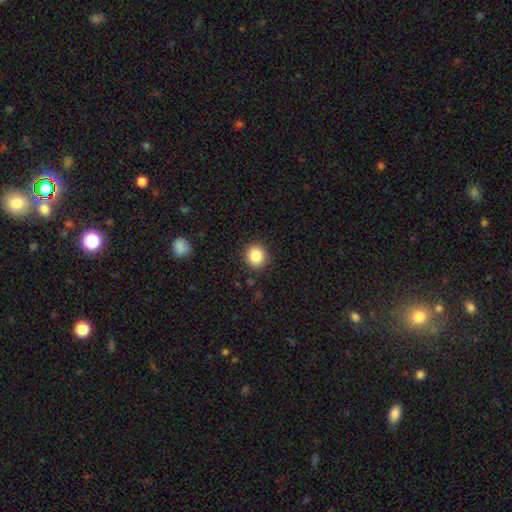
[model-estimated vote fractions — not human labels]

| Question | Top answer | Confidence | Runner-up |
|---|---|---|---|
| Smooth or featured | smooth | 86% | star or artifact (9%) |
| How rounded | round | 90% | in between (9%) |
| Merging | none | 89% | minor disturbance (7%) |